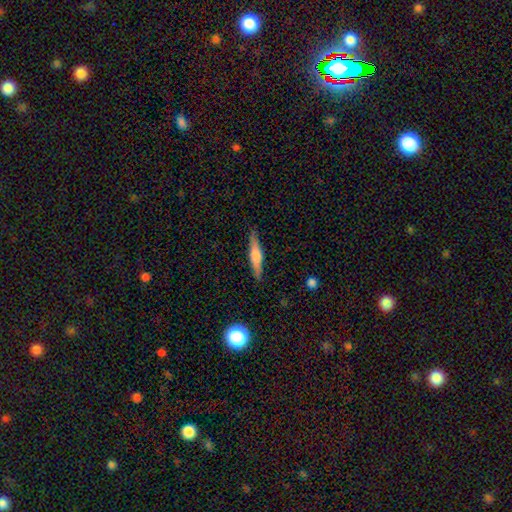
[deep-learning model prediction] smooth_or_featured: featured or disk (p=0.51) [alt: smooth p=0.43]
disk_edge_on: yes (p=0.95) [alt: no p=0.05]
merging: none (p=0.88) [alt: minor disturbance p=0.09]